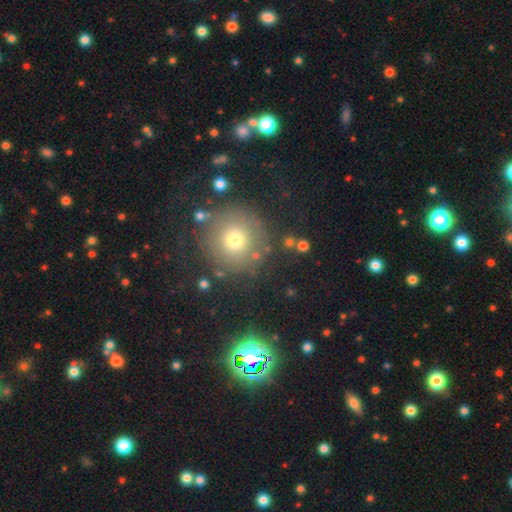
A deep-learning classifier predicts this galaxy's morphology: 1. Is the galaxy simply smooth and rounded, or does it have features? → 65% smooth, 20% star or artifact, 14% featured or disk.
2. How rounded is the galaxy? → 94% round, 5% in between, 1% cigar-shaped.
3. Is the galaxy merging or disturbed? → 82% none, 9% minor disturbance, 5% major disturbance, 3% merger.